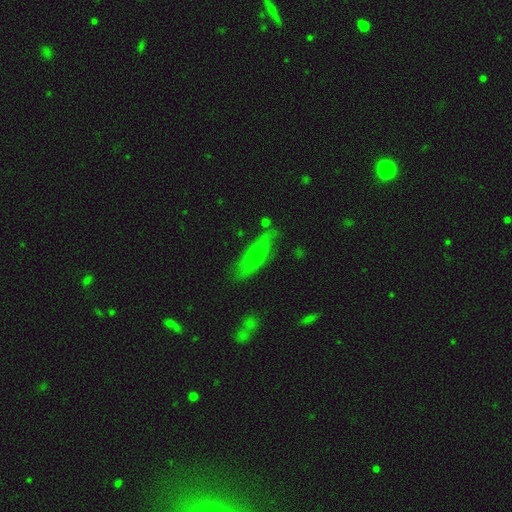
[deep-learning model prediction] Smooth or featured? Predicted: smooth (p=0.56). How rounded? Predicted: in between (p=0.51). Merging? Predicted: none (p=0.73).